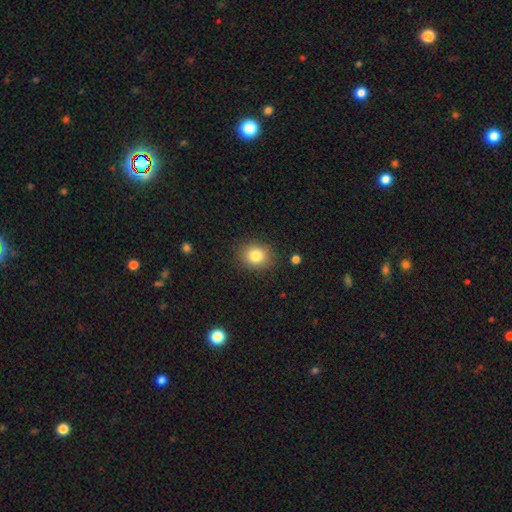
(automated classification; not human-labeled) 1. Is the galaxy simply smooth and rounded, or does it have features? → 82% smooth, 10% star or artifact, 7% featured or disk.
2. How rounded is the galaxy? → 66% round, 33% in between, 1% cigar-shaped.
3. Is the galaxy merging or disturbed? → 87% none, 9% minor disturbance, 3% major disturbance, 2% merger.